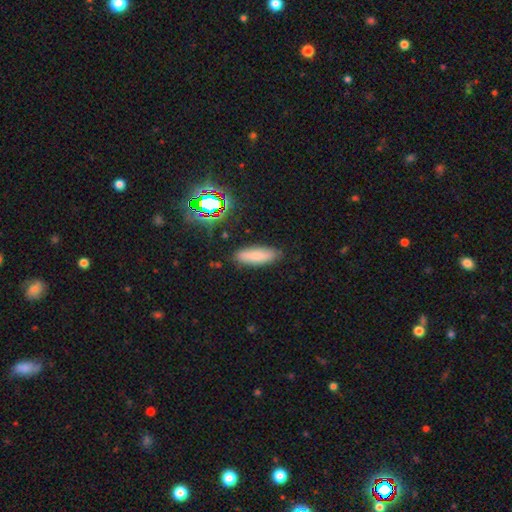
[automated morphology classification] A smooth galaxy with no disk features (79%) that is in between round and cigar-shaped (51%). Merging: none (85%).